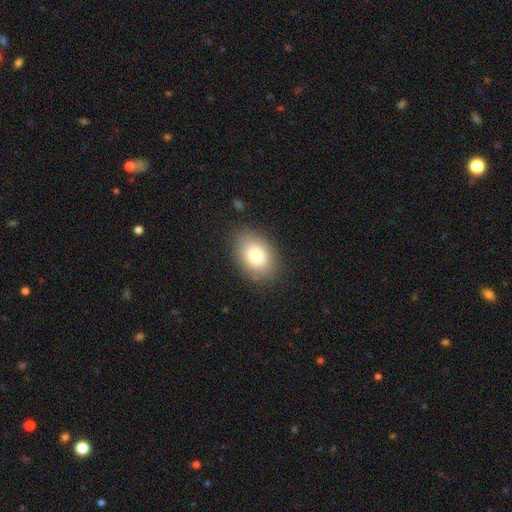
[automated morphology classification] Smooth or featured? Predicted: smooth (p=0.81). How rounded? Predicted: in between (p=0.82). Merging? Predicted: none (p=0.85).